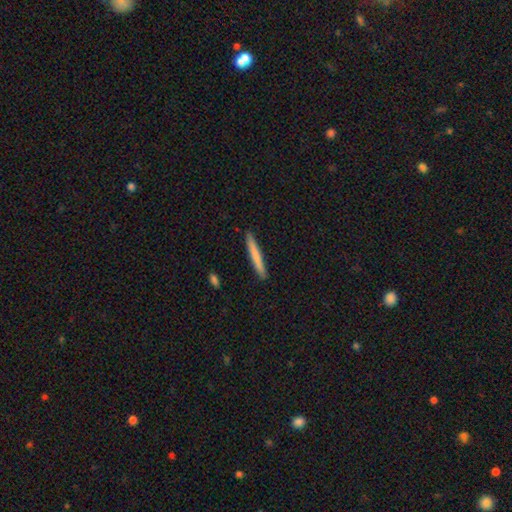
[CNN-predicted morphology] The model was most divided on "smooth or featured": smooth: 74%, featured or disk: 20%, star or artifact: 5%. More confident: how rounded — cigar-shaped (96%); merging — none (91%).